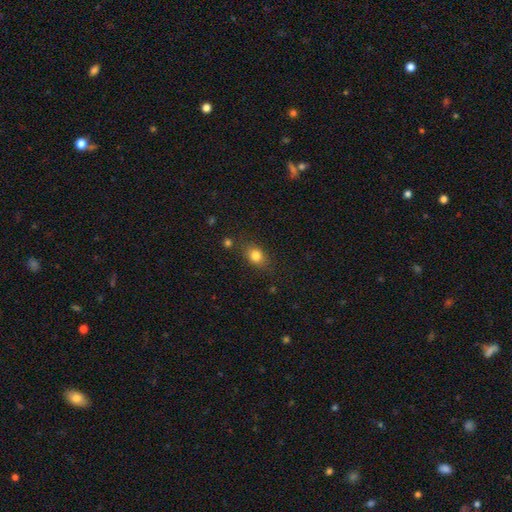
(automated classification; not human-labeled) smooth-or-featured: smooth: 81% | star or artifact: 11% | featured or disk: 8%
  how-rounded: in between: 57% | round: 41% | cigar-shaped: 2%
  merging: none: 78% | minor disturbance: 14% | major disturbance: 4% | merger: 3%